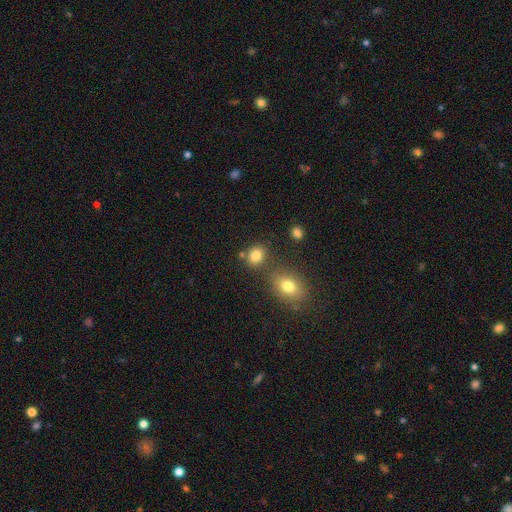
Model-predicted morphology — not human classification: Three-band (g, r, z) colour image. It shows a smooth galaxy with no disk features (81%) that is round (56%). Merging: none (69%).